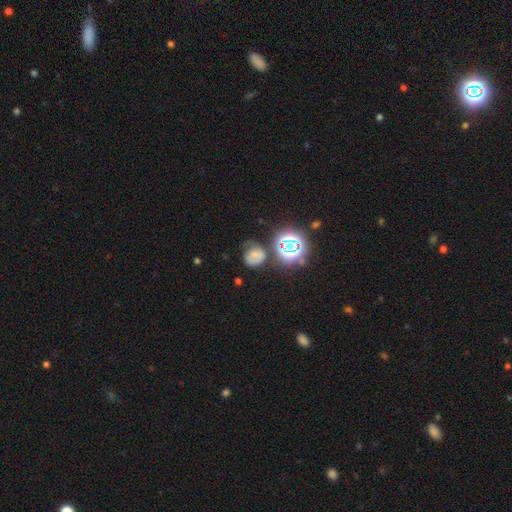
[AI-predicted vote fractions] Smooth or featured: smooth — 48% (star or artifact — 26%)
Merging: none — 48% (minor disturbance — 27%)